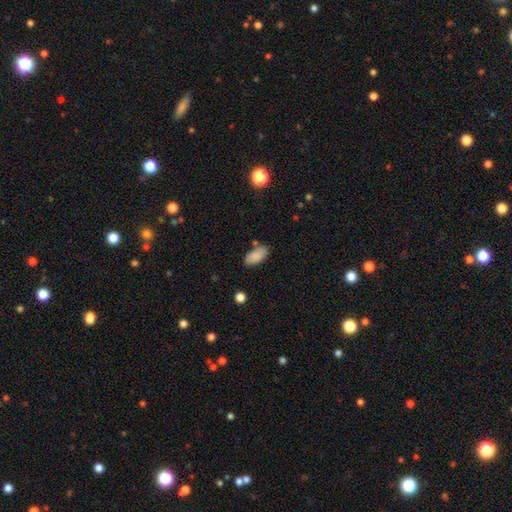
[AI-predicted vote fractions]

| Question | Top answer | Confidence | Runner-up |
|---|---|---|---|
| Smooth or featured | smooth | 86% | star or artifact (7%) |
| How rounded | in between | 92% | cigar-shaped (5%) |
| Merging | none | 75% | minor disturbance (15%) |